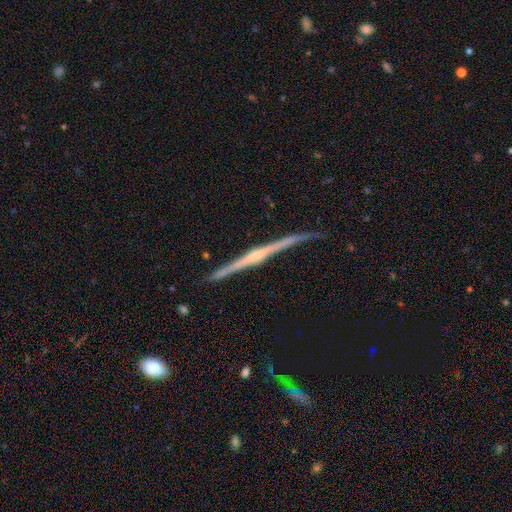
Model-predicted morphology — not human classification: Smooth or featured? Predicted: featured or disk (p=0.83). Edge-on disk? Predicted: yes (p=0.98). Edge-on bulge? Predicted: rounded (p=0.62). Merging? Predicted: none (p=0.85).